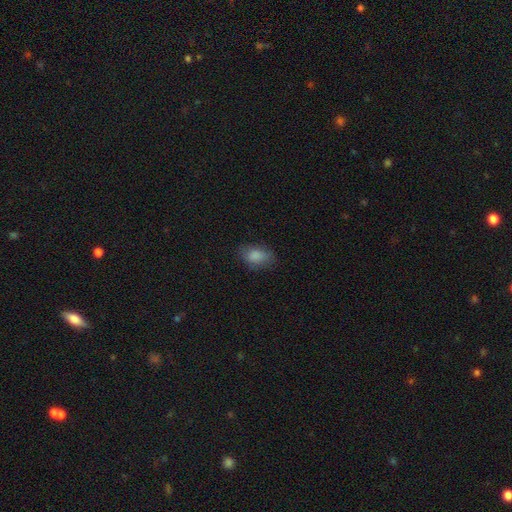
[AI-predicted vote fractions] Morphology: type=smooth (84%); roundness=in between (83%); merging=none (72%).